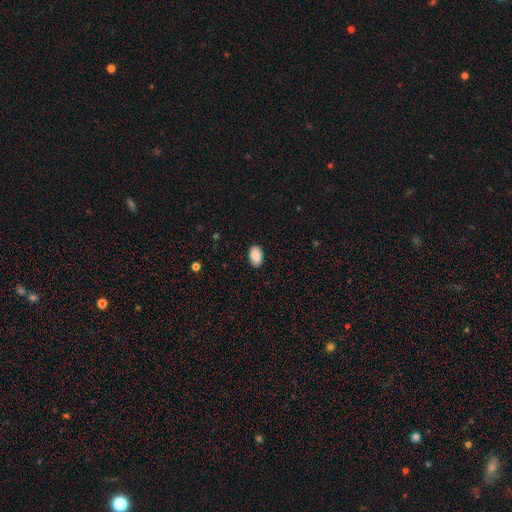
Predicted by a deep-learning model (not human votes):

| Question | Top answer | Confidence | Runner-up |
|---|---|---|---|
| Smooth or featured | smooth | 83% | featured or disk (9%) |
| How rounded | in between | 91% | round (7%) |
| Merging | none | 86% | minor disturbance (11%) |